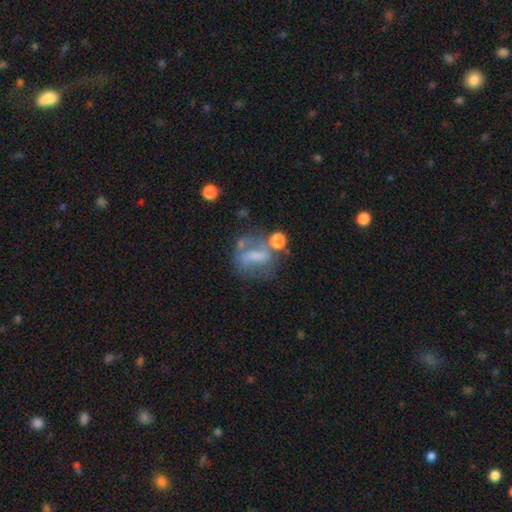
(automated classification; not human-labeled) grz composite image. It shows a featured or disk galaxy (47%). Merging: none (40%).